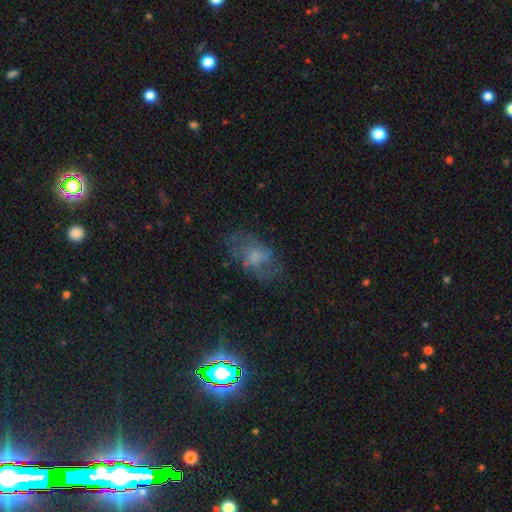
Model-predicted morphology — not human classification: type=smooth (41%); merging=none (61%).